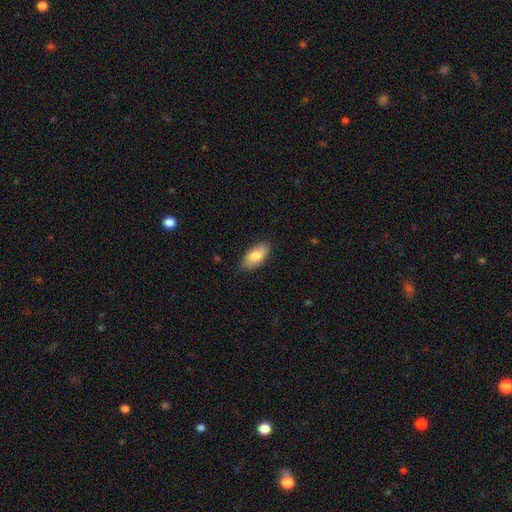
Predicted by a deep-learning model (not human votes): A smooth galaxy with no disk features (78%) that is in between round and cigar-shaped (92%). Merging: none (82%).